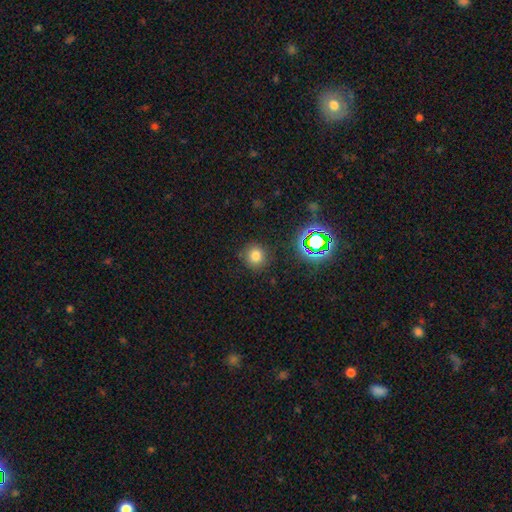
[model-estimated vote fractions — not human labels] Smooth or featured? smooth (74%)
How rounded? round (91%)
Merging? none (87%)